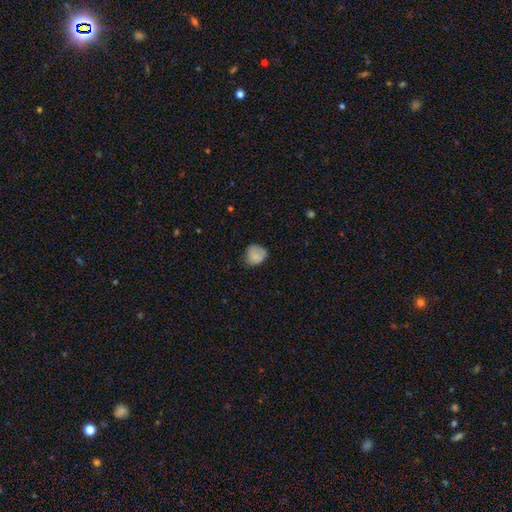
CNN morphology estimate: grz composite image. It shows a smooth galaxy with no disk features (81%) that is round (76%). Merging: none (65%).